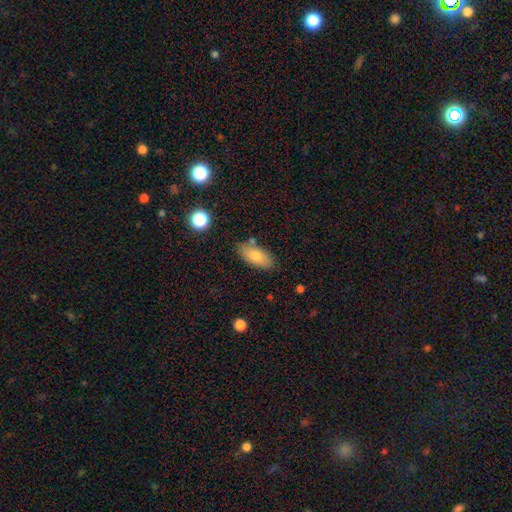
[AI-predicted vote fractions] Smooth or featured? Predicted: smooth (p=0.77). How rounded? Predicted: in between (p=0.87). Merging? Predicted: none (p=0.79).